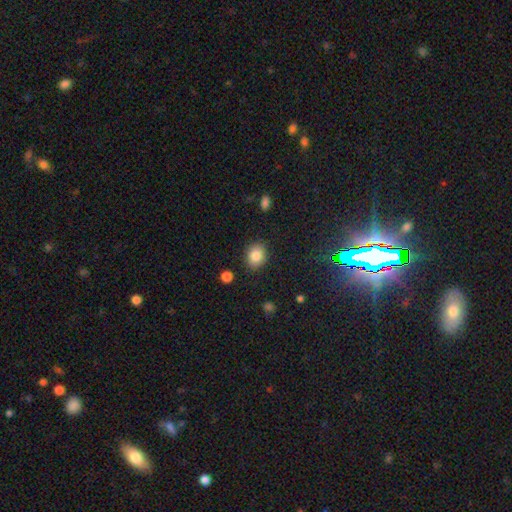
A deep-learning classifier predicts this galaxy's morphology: A smooth galaxy with no disk features (86%) that is round (52%). Merging: none (86%).